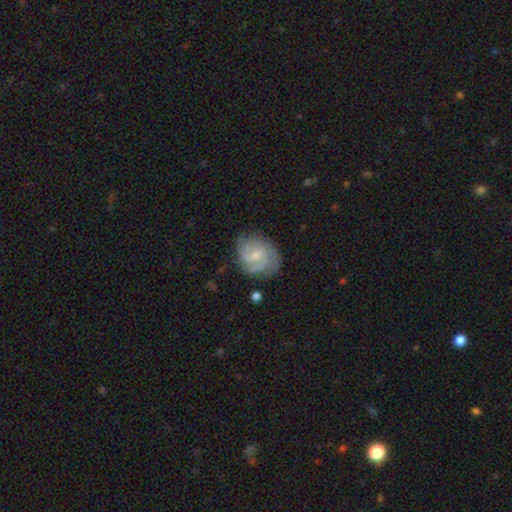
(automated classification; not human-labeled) The model was most divided on "spiral winding": tight: 46%, medium: 41%, loose: 13%. Remaining: edge-on disk — no (98%); spiral arms — yes (93%); smooth or featured — featured or disk (73%); merging — none (69%); bulge size — small (56%); bar — weak (51%); spiral arm count — 2 (38%).